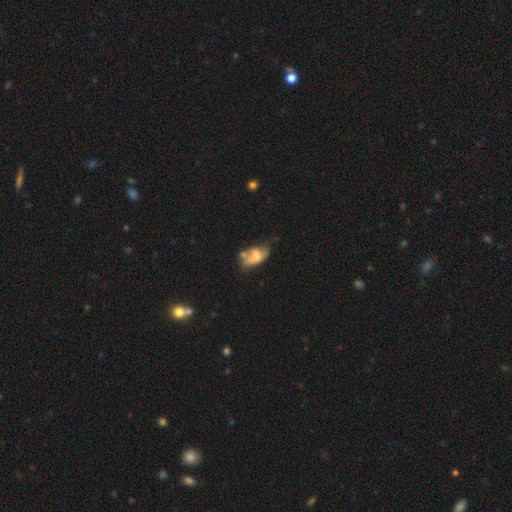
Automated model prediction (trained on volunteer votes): Smooth or featured: smooth — 50% (featured or disk — 41%)
How rounded: in between — 89% (round — 8%)
Merging: minor disturbance — 29% (tied with none — 29%)